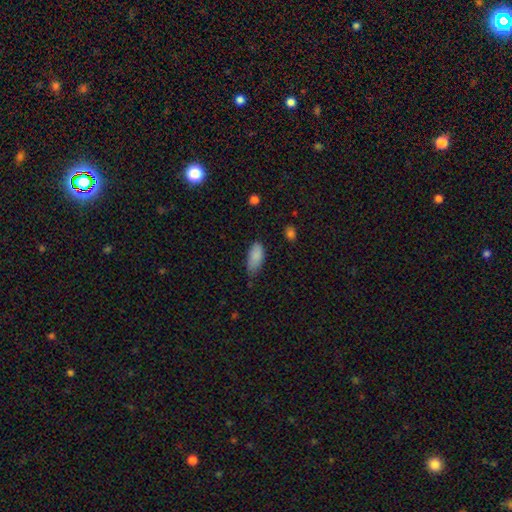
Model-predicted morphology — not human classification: Smooth or featured? Predicted: smooth (p=0.86). How rounded? Predicted: in between (p=0.89). Merging? Predicted: none (p=0.54).